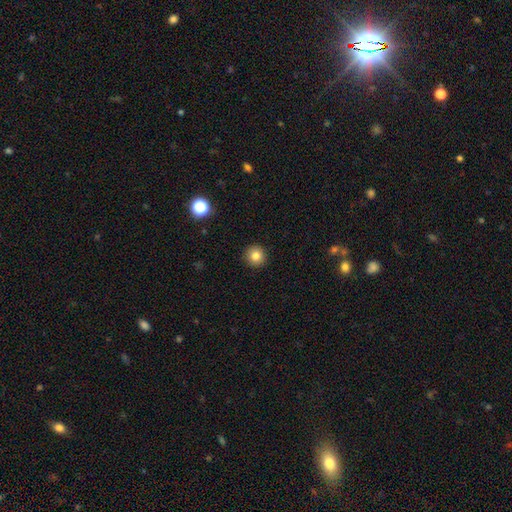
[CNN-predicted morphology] smooth-or-featured: smooth: 83% | star or artifact: 11% | featured or disk: 6%
  how-rounded: round: 95% | in between: 4% | cigar-shaped: 1%
  merging: none: 93% | minor disturbance: 4% | major disturbance: 2% | merger: 1%